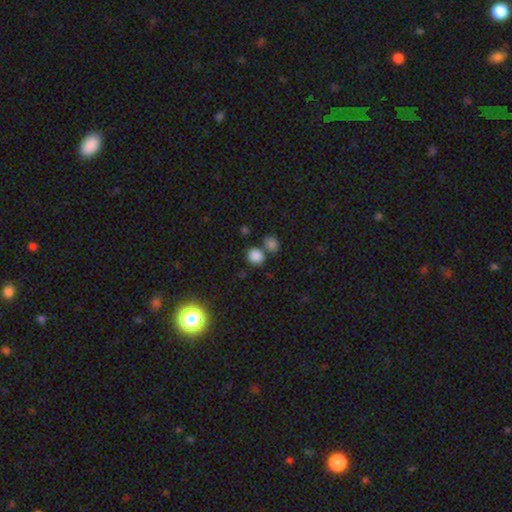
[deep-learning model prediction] smooth_or_featured: smooth (p=0.82) [alt: star or artifact p=0.13]
how_rounded: round (p=0.82) [alt: in between p=0.17]
merging: none (p=0.66) [alt: merger p=0.21]